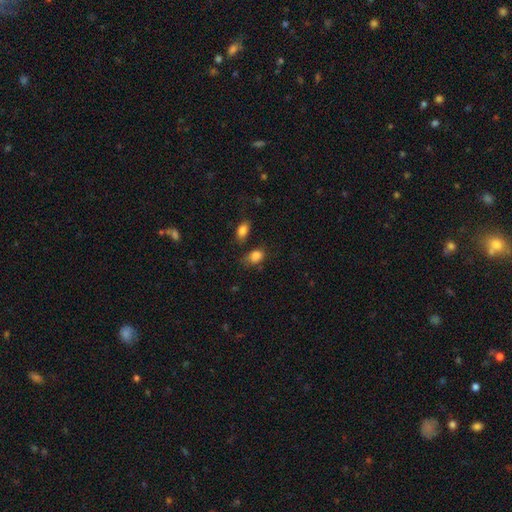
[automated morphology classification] type=smooth (83%); roundness=in between (73%); merging=none (52%).